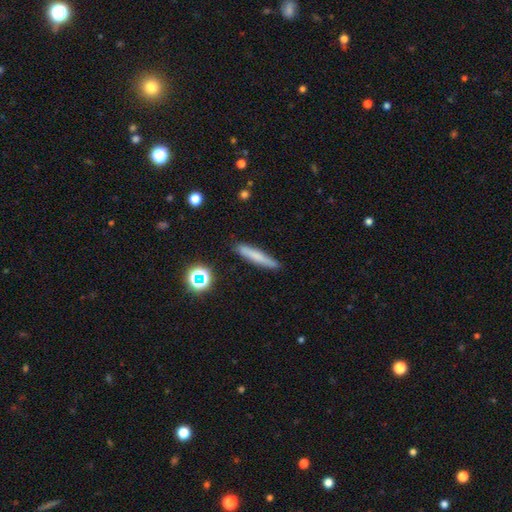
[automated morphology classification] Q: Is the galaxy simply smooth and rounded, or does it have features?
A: smooth — 69%.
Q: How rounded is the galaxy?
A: cigar-shaped — 92%.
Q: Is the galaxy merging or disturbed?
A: none — 87%.